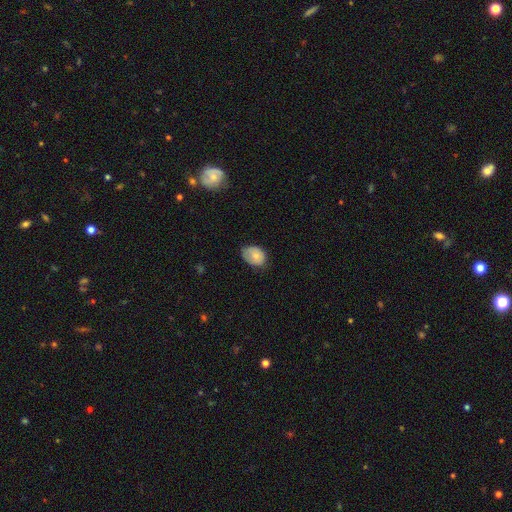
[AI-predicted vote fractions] A smooth galaxy with no disk features (71%) that is in between round and cigar-shaped (65%).

Vote fractions:
- Smooth or featured? smooth: 71% / featured or disk: 21% / star or artifact: 8%
- How rounded? in between: 65% / round: 35% / cigar-shaped: 1%
- Merging? none: 56% / minor disturbance: 35% / major disturbance: 8% / merger: 1%